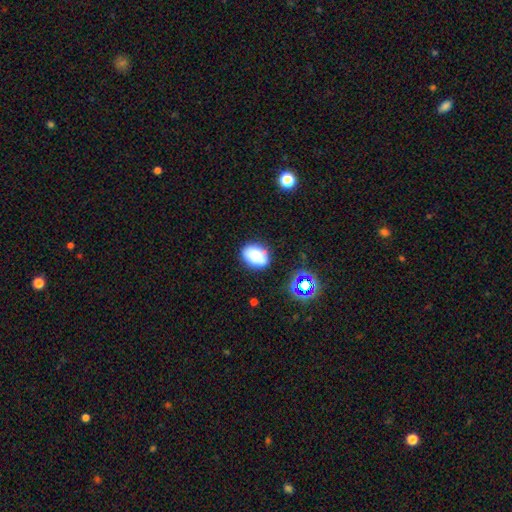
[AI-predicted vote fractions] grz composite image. It shows a smooth galaxy with no disk features (78%) that is in between round and cigar-shaped (73%). Merging: none (77%).